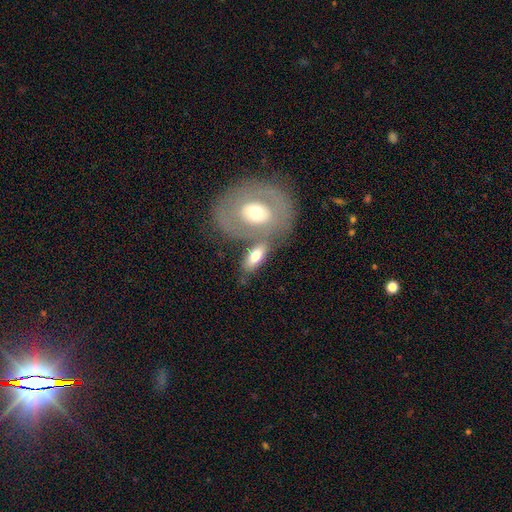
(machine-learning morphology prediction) Smooth or featured? smooth (62%)
How rounded? in between (85%)
Merging? none (47%)